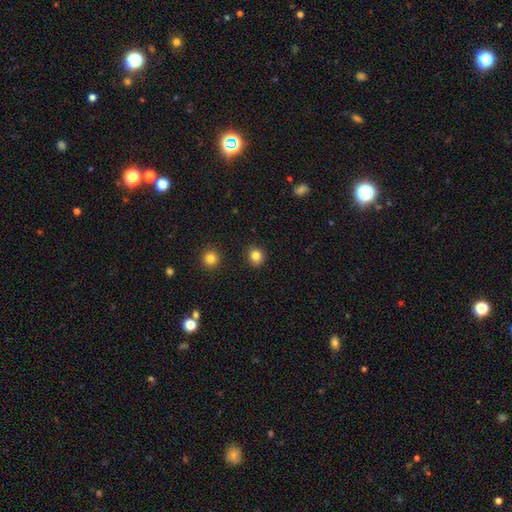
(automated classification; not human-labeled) Morphology: type=smooth (83%); roundness=round (82%); merging=none (88%).